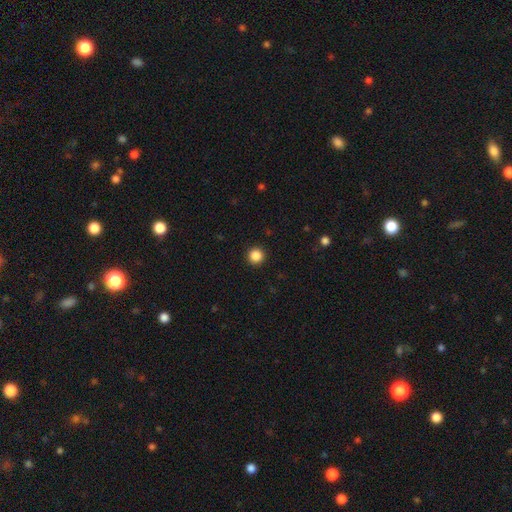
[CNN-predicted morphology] Smooth or featured?
  - smooth: 86% *
  - star or artifact: 11%
  - featured or disk: 3%
How rounded?
  - round: 96% *
  - in between: 3%
  - cigar-shaped: 1%
Merging?
  - none: 93% *
  - minor disturbance: 4%
  - major disturbance: 2%
  - merger: 1%